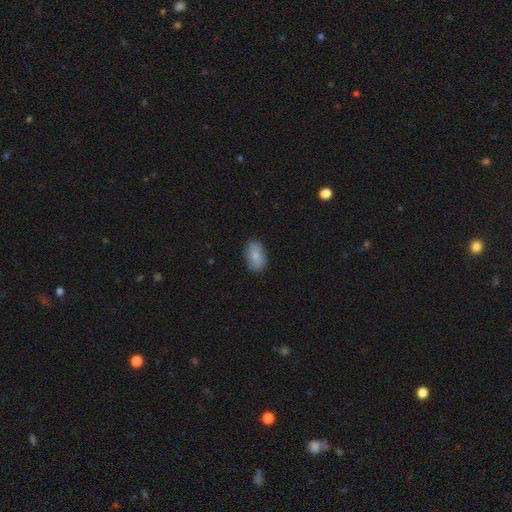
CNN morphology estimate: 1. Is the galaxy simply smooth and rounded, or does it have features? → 84% smooth, 9% featured or disk, 7% star or artifact.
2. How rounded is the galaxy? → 91% in between, 7% round, 2% cigar-shaped.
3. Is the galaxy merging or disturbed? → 80% none, 15% minor disturbance, 3% major disturbance, 1% merger.